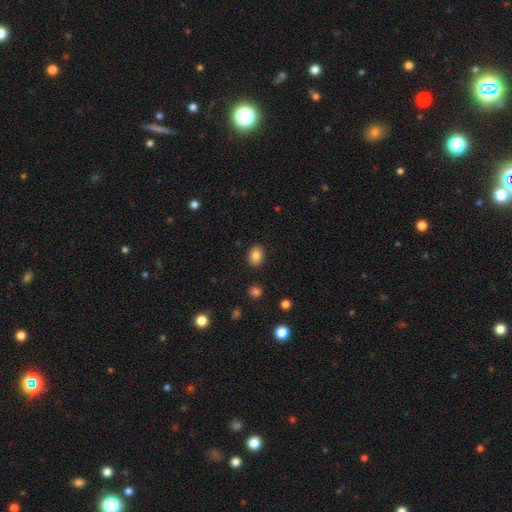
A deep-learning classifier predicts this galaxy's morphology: The model was most divided on "how rounded": in between: 61%, round: 38%, cigar-shaped: 1%. More confident: merging — none (89%); smooth or featured — smooth (84%).